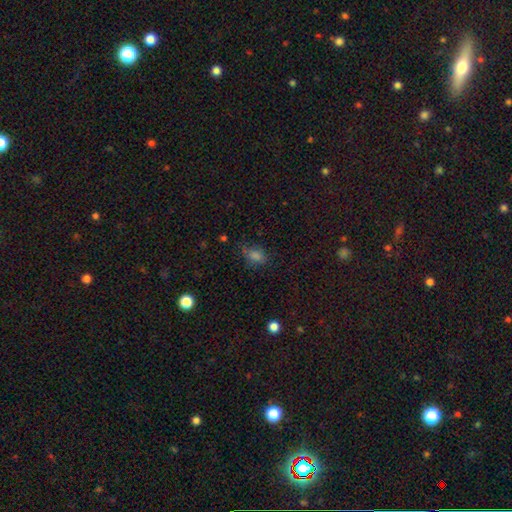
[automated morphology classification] Smooth or featured? smooth (73%)
How rounded? in between (72%)
Merging? none (62%)